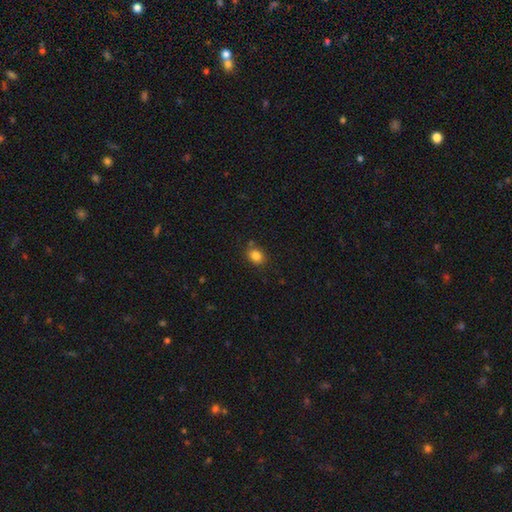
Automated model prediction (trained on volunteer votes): Morphology: type=smooth (84%); roundness=round (51%); merging=none (79%).